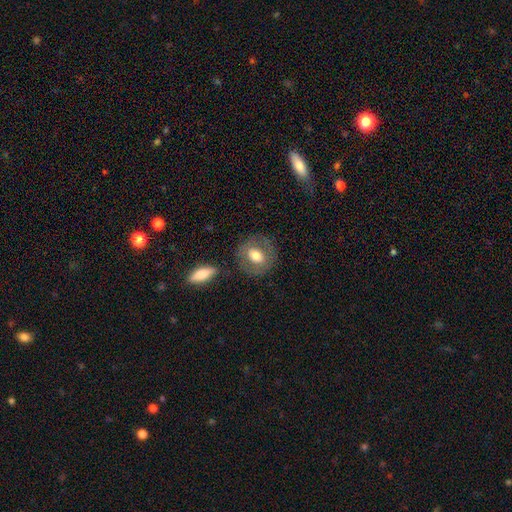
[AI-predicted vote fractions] This appears to be a smooth galaxy with no disk features (62%) that is round (57%). Merging: none (77%).